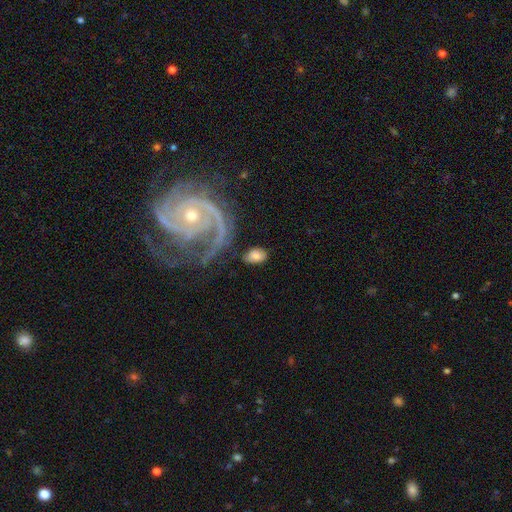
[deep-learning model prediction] smooth_or_featured: smooth (p=0.70) [alt: featured or disk p=0.23]
how_rounded: in between (p=0.91) [alt: round p=0.07]
merging: none (p=0.67) [alt: minor disturbance p=0.17]